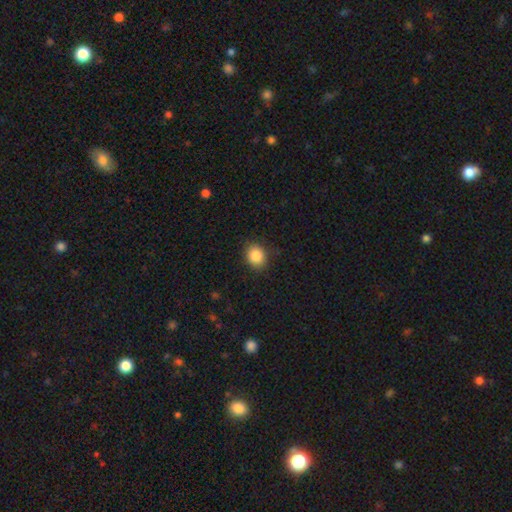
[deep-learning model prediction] Smooth or featured?
  - smooth: 86% *
  - star or artifact: 9%
  - featured or disk: 5%
How rounded?
  - round: 66% *
  - in between: 33%
  - cigar-shaped: 1%
Merging?
  - none: 87% *
  - minor disturbance: 10%
  - major disturbance: 3%
  - merger: 1%